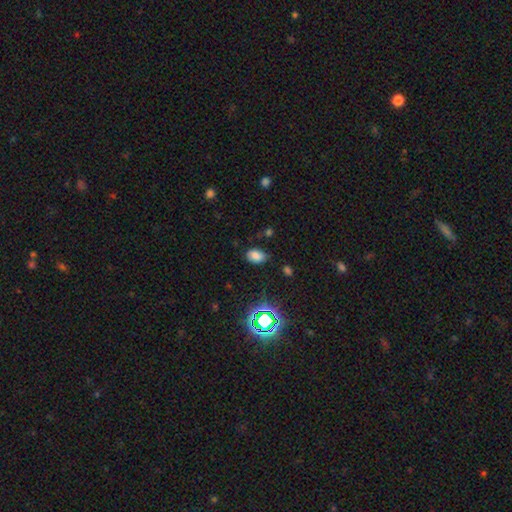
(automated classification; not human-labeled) A smooth galaxy with no disk features (76%) that is in between round and cigar-shaped (87%).

Vote fractions:
- Smooth or featured? smooth: 76% / star or artifact: 18% / featured or disk: 6%
- How rounded? in between: 87% / round: 12% / cigar-shaped: 1%
- Merging? none: 73% / minor disturbance: 20% / major disturbance: 5% / merger: 2%